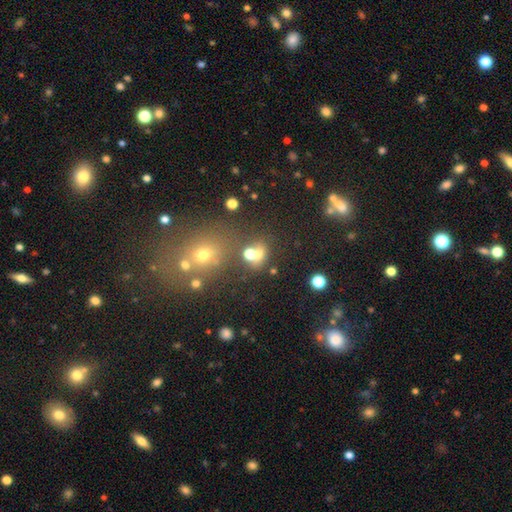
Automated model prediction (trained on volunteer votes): Smooth or featured?
  - smooth: 63% *
  - star or artifact: 23%
  - featured or disk: 13%
How rounded?
  - round: 60% *
  - in between: 38%
  - cigar-shaped: 1%
Merging?
  - none: 48% *
  - merger: 35%
  - minor disturbance: 11%
  - major disturbance: 7%